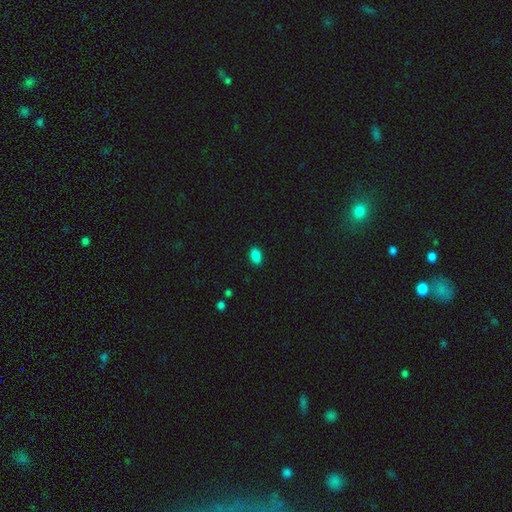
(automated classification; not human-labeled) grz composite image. It shows a smooth galaxy with no disk features (87%) that is in between round and cigar-shaped (90%). Merging: none (89%).